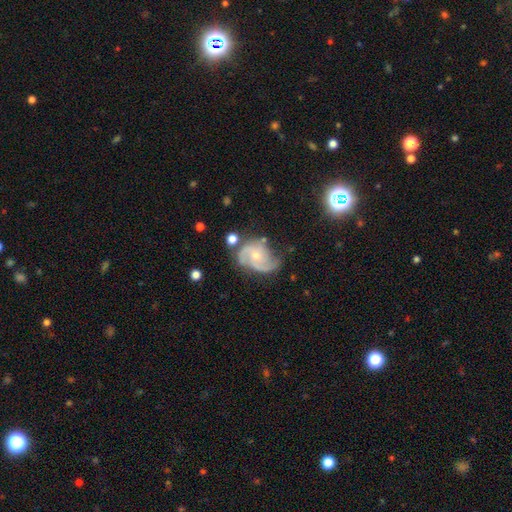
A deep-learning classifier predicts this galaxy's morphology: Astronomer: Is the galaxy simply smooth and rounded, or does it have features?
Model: featured or disk — 83%.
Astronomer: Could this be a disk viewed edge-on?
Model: no — 98%.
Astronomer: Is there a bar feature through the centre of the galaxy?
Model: no — 68%.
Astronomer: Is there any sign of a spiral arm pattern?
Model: yes — 95%.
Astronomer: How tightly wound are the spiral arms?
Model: medium — 51% (runner-up: tight, 26%).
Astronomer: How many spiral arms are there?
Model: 2 — 55%.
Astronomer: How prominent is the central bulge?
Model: small — 56% (runner-up: moderate, 40%).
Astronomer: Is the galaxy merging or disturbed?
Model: none — 52%.